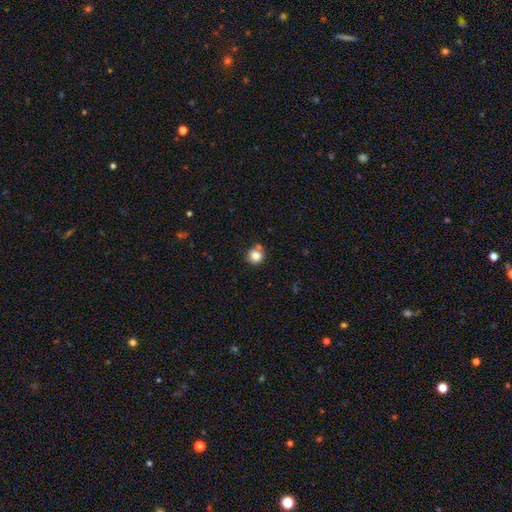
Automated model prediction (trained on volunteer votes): Overall: smooth (83%). How rounded: round (89%). Merging: none (67%).